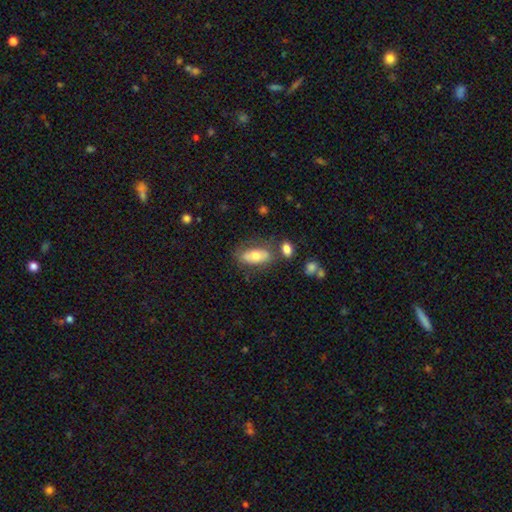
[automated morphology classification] smooth_or_featured: smooth (p=0.64) [alt: featured or disk p=0.29]
how_rounded: in between (p=0.86) [alt: cigar-shaped p=0.11]
merging: none (p=0.64) [alt: minor disturbance p=0.18]